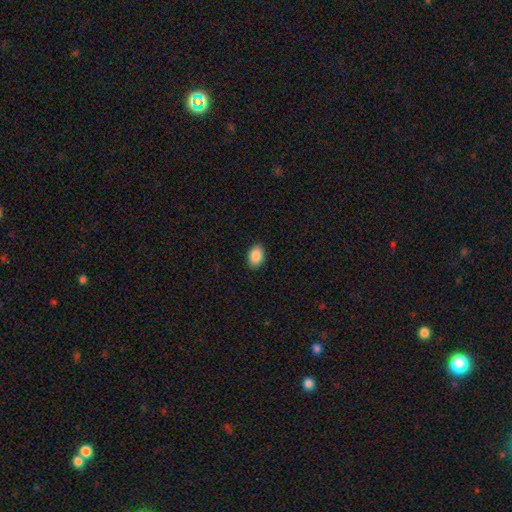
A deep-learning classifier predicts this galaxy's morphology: Overall: smooth (89%). How rounded: in between (88%). Merging: none (89%).